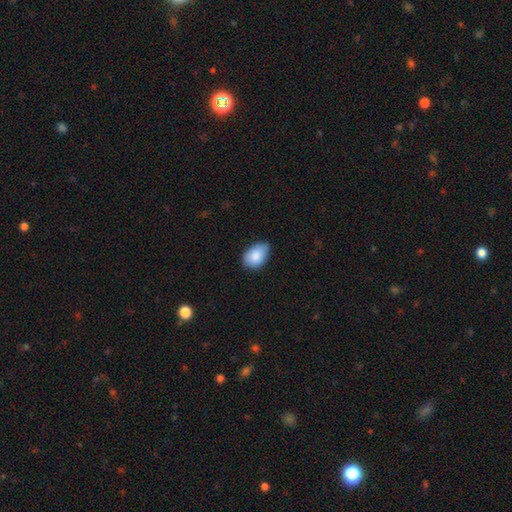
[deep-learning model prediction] A smooth galaxy with no disk features (87%) that is in between round and cigar-shaped (88%). Merging: none (71%).